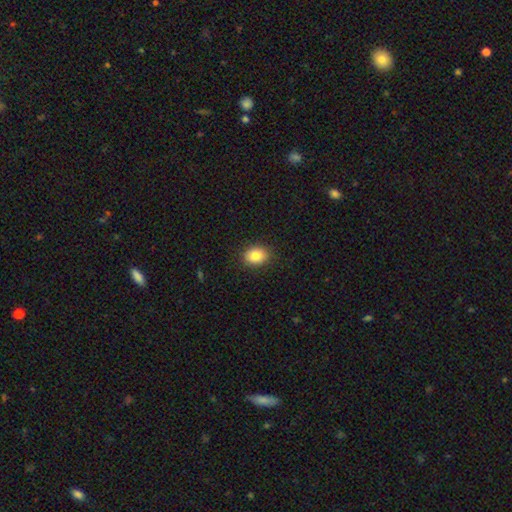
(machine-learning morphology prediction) A smooth galaxy with no disk features (85%) that is in between round and cigar-shaped (59%). Merging: none (88%).